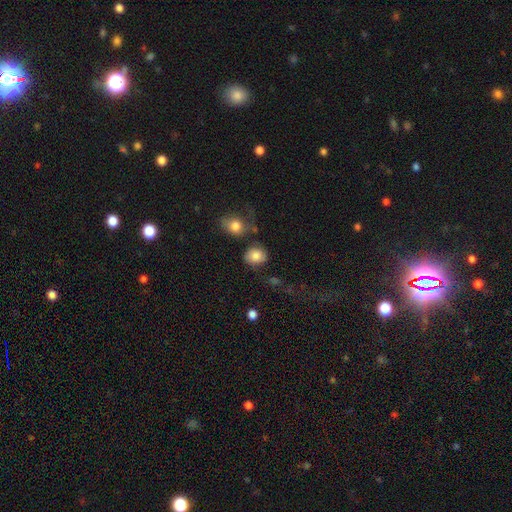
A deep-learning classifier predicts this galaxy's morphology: A smooth galaxy with no disk features (81%) that is round (57%). Merging: none (63%).